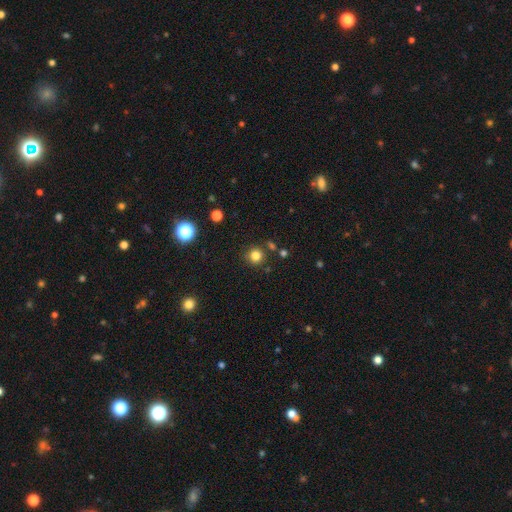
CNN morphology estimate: A smooth galaxy with no disk features (81%) that is round (94%). Merging: none (86%).